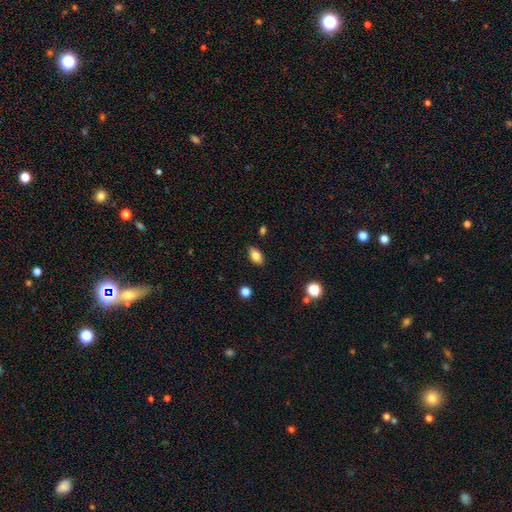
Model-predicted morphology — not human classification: The model was most divided on "smooth or featured": smooth: 81%, featured or disk: 11%, star or artifact: 9%. More confident: how rounded — in between (88%); merging — none (87%).